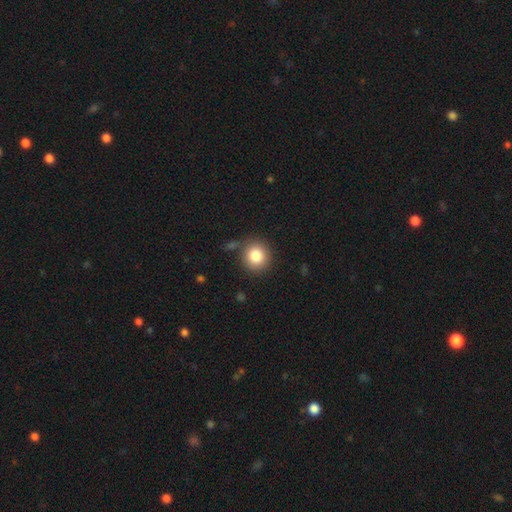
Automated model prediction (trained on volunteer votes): Q: Smooth or featured?
A: smooth (83%); runner-up: star or artifact (10%)
Q: How rounded?
A: round (90%); runner-up: in between (9%)
Q: Merging?
A: none (81%); runner-up: minor disturbance (10%)